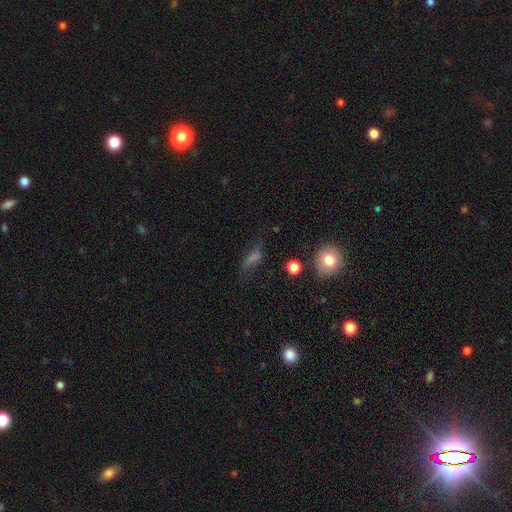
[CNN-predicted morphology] Overall: smooth (49%; featured or disk 27%). Merging: none (62%).